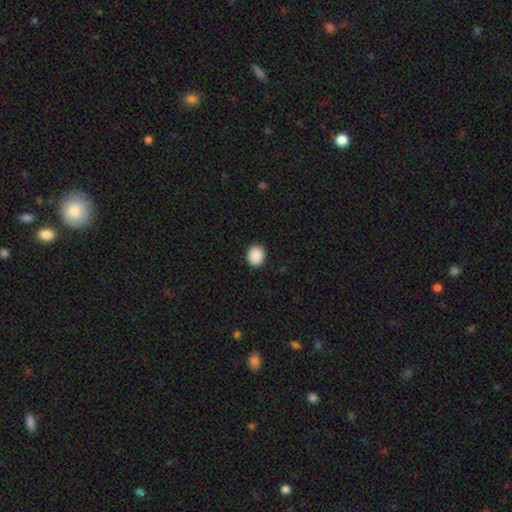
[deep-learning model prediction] The model was most divided on "how rounded": round: 69%, in between: 31%, cigar-shaped: 1%. More confident: merging — none (91%); smooth or featured — smooth (90%).